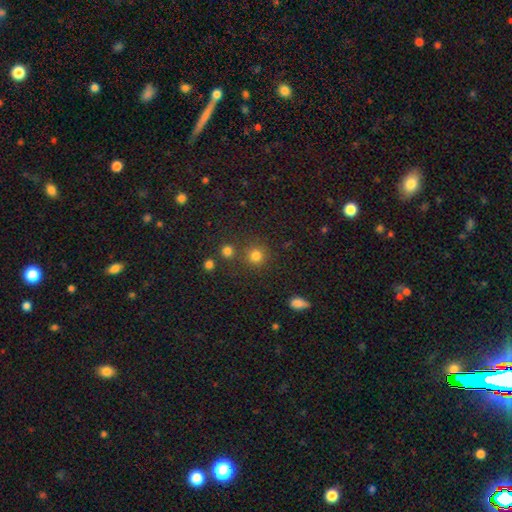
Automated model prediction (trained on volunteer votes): smooth-or-featured: smooth: 79% | star or artifact: 16% | featured or disk: 5%
  how-rounded: round: 91% | in between: 8% | cigar-shaped: 1%
  merging: none: 76% | merger: 12% | minor disturbance: 9% | major disturbance: 4%